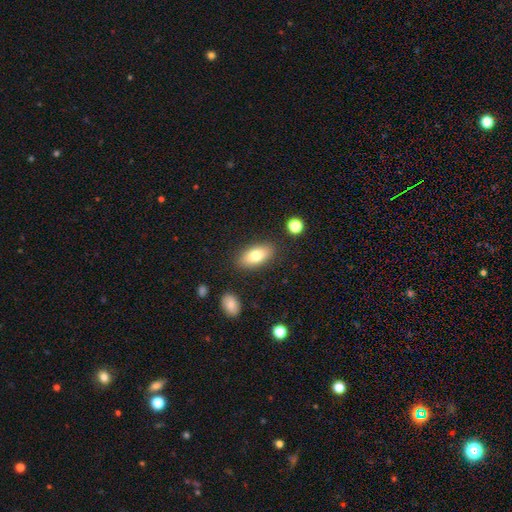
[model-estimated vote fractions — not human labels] smooth-or-featured: smooth: 77% | featured or disk: 15% | star or artifact: 7%
  how-rounded: in between: 89% | cigar-shaped: 7% | round: 4%
  merging: none: 85% | minor disturbance: 10% | major disturbance: 3% | merger: 2%